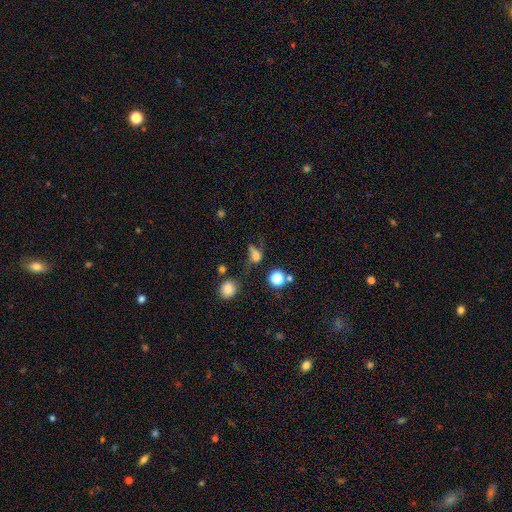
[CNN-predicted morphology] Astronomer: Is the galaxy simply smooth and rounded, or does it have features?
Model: smooth — 58%.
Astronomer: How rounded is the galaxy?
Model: in between — 50% (runner-up: round, 45%).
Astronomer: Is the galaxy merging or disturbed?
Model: none — 38% (runner-up: major disturbance, 28%).